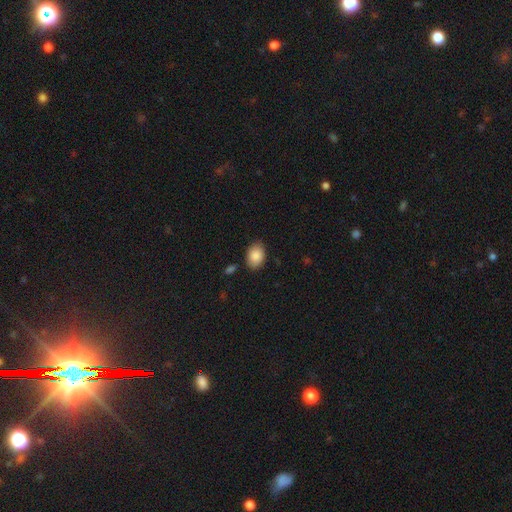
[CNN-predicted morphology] smooth_or_featured: smooth (p=0.87) [alt: star or artifact p=0.07]
how_rounded: in between (p=0.80) [alt: round p=0.19]
merging: none (p=0.83) [alt: minor disturbance p=0.12]